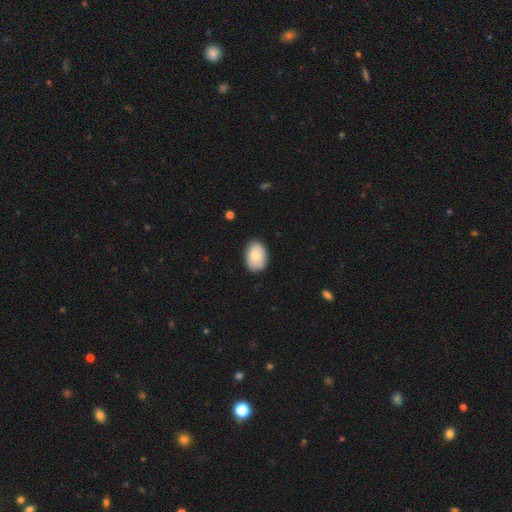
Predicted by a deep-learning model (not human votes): Q: Smooth or featured?
A: smooth (81%); runner-up: featured or disk (13%)
Q: How rounded?
A: in between (84%); runner-up: round (15%)
Q: Merging?
A: none (84%); runner-up: minor disturbance (13%)